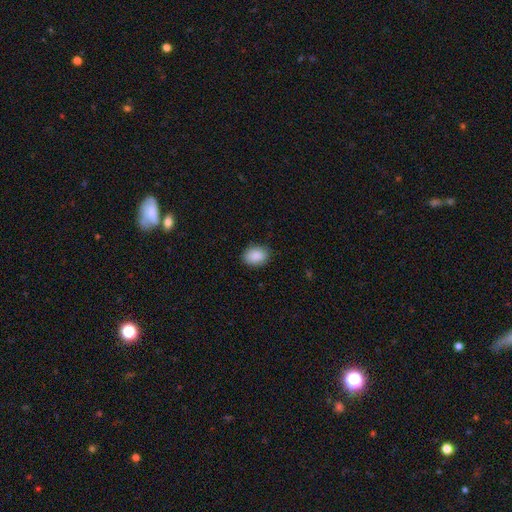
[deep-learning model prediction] Q: Smooth or featured?
A: smooth (89%); runner-up: star or artifact (7%)
Q: How rounded?
A: in between (68%); runner-up: round (31%)
Q: Merging?
A: none (87%); runner-up: minor disturbance (10%)